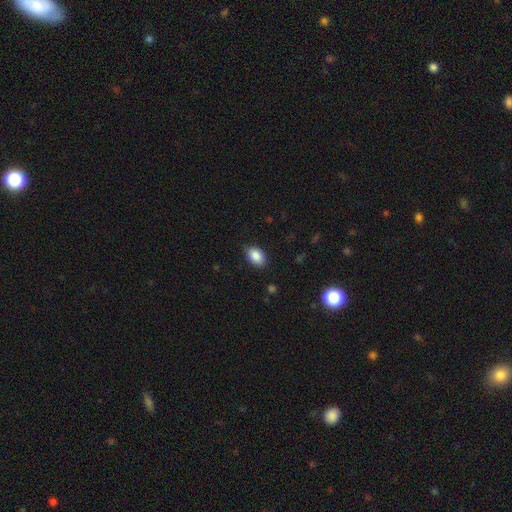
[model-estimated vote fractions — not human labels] A smooth galaxy with no disk features (87%) that is in between round and cigar-shaped (85%).

Vote fractions:
- Smooth or featured? smooth: 87% / star or artifact: 8% / featured or disk: 5%
- How rounded? in between: 85% / round: 14% / cigar-shaped: 1%
- Merging? none: 83% / minor disturbance: 13% / major disturbance: 3% / merger: 1%